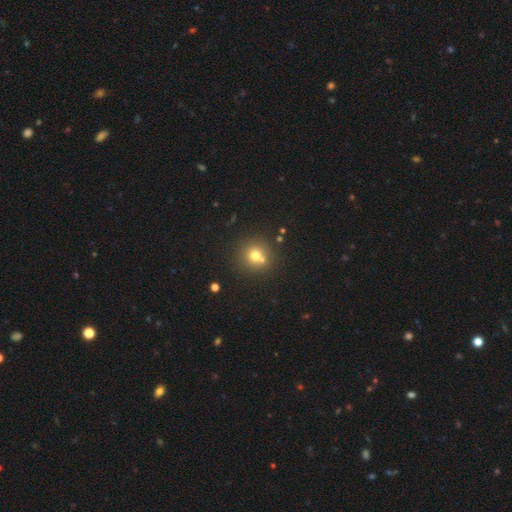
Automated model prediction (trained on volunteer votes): A smooth galaxy with no disk features (71%) that is round (91%). Merging: none (65%).